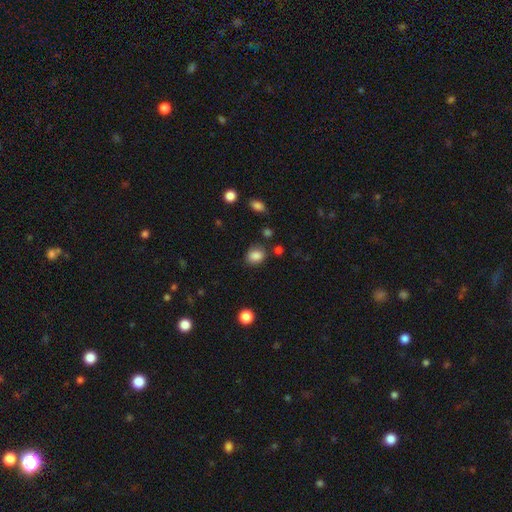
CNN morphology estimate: smooth 86%, star or artifact 10%, featured or disk 4%. Down the decision tree: how rounded — round (52%); merging — none (78%).